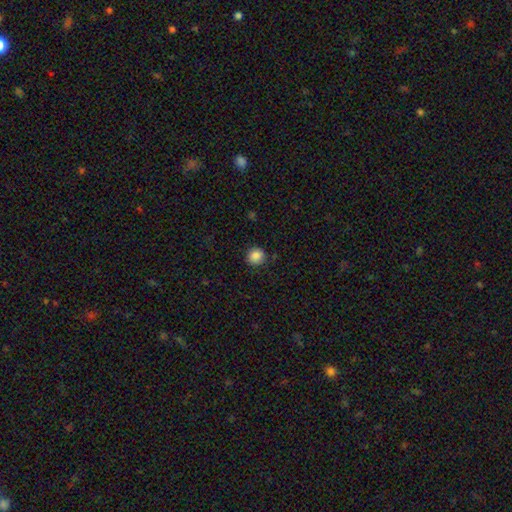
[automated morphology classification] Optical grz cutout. It shows a smooth galaxy with no disk features (86%) that is round (89%). Merging: none (86%).